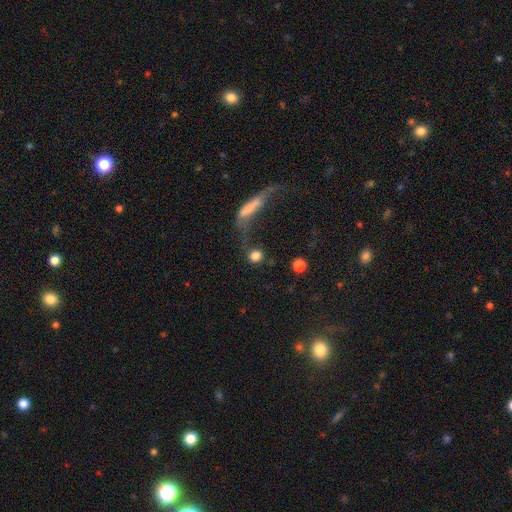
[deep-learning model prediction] Smooth or featured? Predicted: smooth (p=0.82). How rounded? Predicted: round (p=0.80). Merging? Predicted: none (p=0.58).